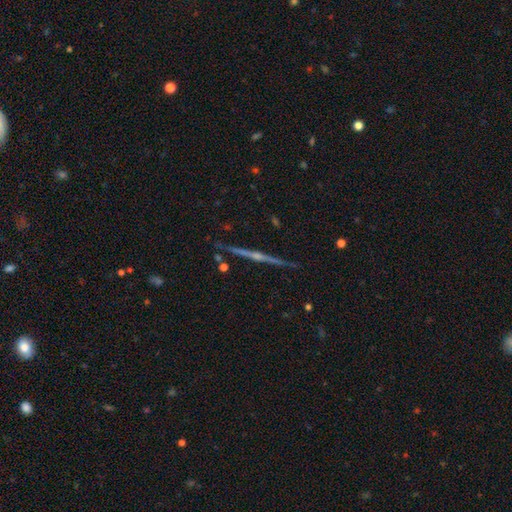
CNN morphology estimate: Smooth or featured?
  - featured or disk: 86% *
  - smooth: 8%
  - star or artifact: 6%
Edge-on disk?
  - yes: 99% *
  - no: 1%
Edge-on bulge?
  - rounded: 82% *
  - none: 12%
  - boxy: 6%
Merging?
  - none: 91% *
  - minor disturbance: 6%
  - merger: 2%
  - major disturbance: 1%